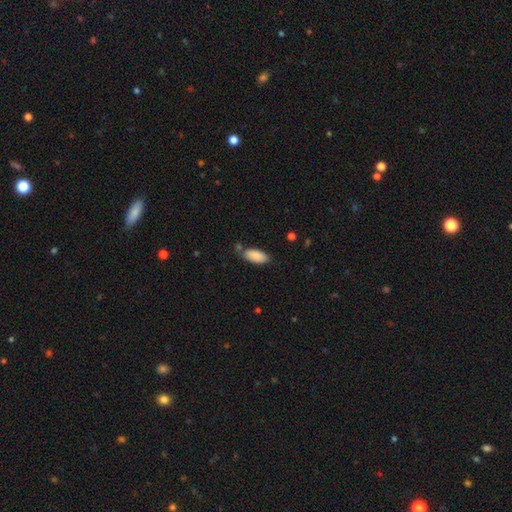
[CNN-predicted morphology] Smooth or featured?
  - smooth: 88% *
  - star or artifact: 6%
  - featured or disk: 6%
How rounded?
  - in between: 88% *
  - cigar-shaped: 10%
  - round: 2%
Merging?
  - none: 73% *
  - minor disturbance: 17%
  - merger: 7%
  - major disturbance: 3%